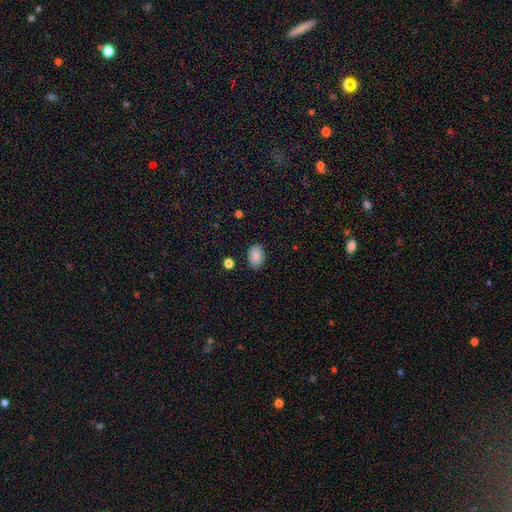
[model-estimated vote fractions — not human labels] A smooth galaxy with no disk features (88%) that is in between round and cigar-shaped (86%).

Vote fractions:
- Smooth or featured? smooth: 88% / star or artifact: 8% / featured or disk: 4%
- How rounded? in between: 86% / round: 13% / cigar-shaped: 1%
- Merging? none: 83% / minor disturbance: 12% / major disturbance: 3% / merger: 2%